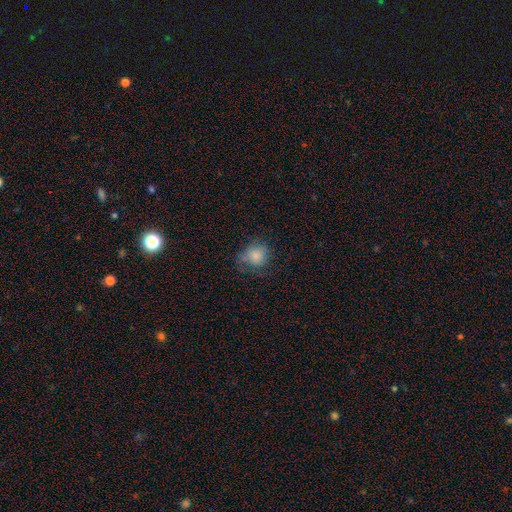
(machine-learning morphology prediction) Q: Smooth or featured?
A: smooth (80%); runner-up: star or artifact (11%)
Q: How rounded?
A: round (79%); runner-up: in between (20%)
Q: Merging?
A: none (60%); runner-up: minor disturbance (25%)